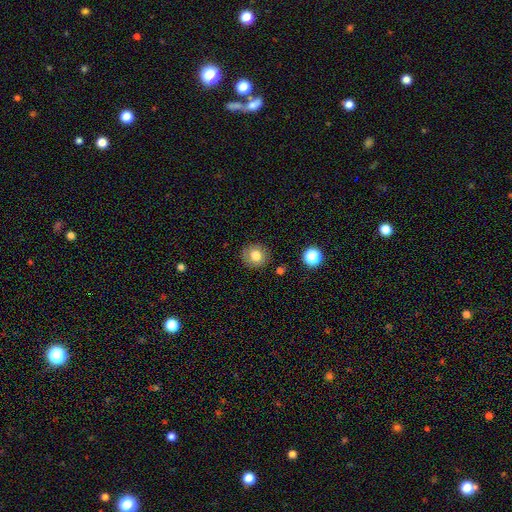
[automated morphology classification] This appears to be a smooth galaxy with no disk features (79%) that is round (89%). Merging: none (87%).